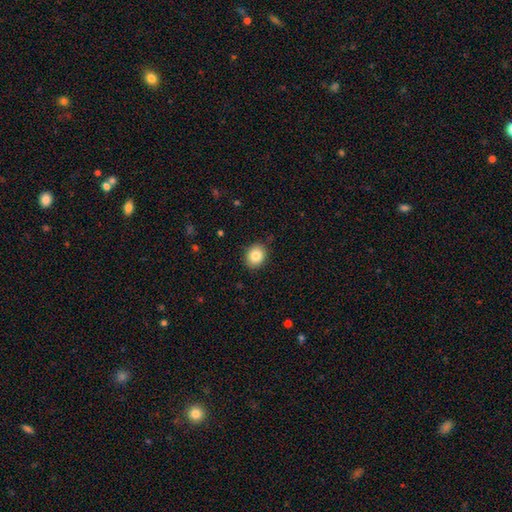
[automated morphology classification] Overall: smooth (84%). How rounded: round (61%; in between 39%). Merging: none (87%).